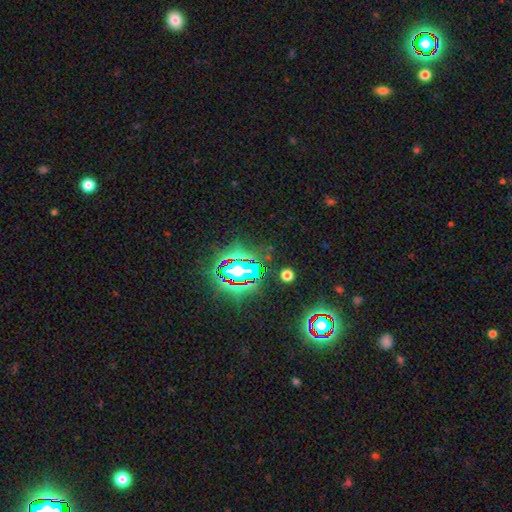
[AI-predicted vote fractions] The model was most divided on "smooth or featured": star or artifact: 79%, smooth: 12%, featured or disk: 9%.